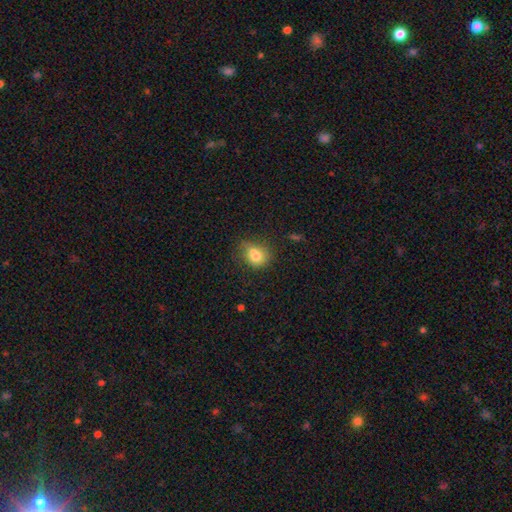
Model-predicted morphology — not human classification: This appears to be a smooth galaxy with no disk features (77%) that is in between round and cigar-shaped (50%). Merging: none (45%).